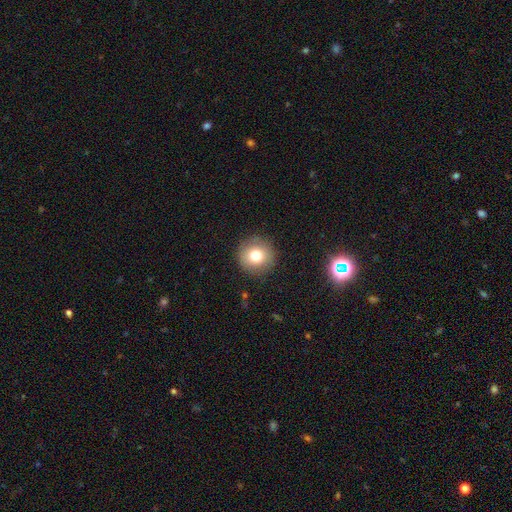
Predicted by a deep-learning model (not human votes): smooth_or_featured: smooth (p=0.77) [alt: featured or disk p=0.12]
how_rounded: round (p=0.95) [alt: in between p=0.04]
merging: none (p=0.90) [alt: minor disturbance p=0.07]